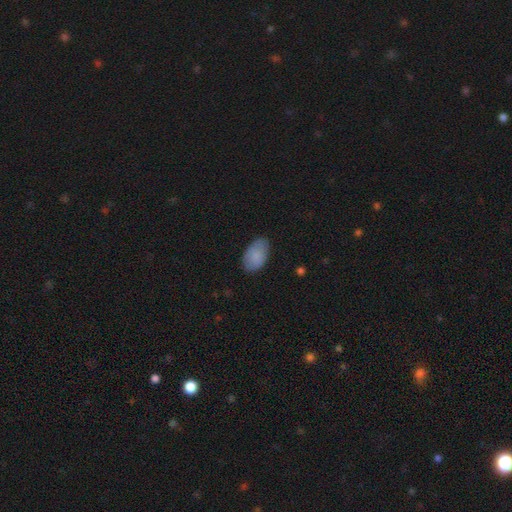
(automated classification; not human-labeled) A smooth galaxy with no disk features (86%) that is in between round and cigar-shaped (93%).

Vote fractions:
- Smooth or featured? smooth: 86% / featured or disk: 8% / star or artifact: 6%
- How rounded? in between: 93% / round: 5% / cigar-shaped: 1%
- Merging? none: 77% / minor disturbance: 18% / major disturbance: 3% / merger: 1%